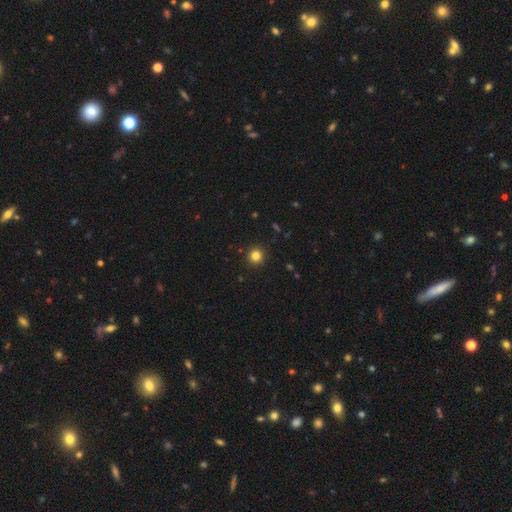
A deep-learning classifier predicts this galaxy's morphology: Smooth or featured?
  - smooth: 82% *
  - star or artifact: 13%
  - featured or disk: 5%
How rounded?
  - round: 94% *
  - in between: 5%
  - cigar-shaped: 1%
Merging?
  - none: 93% *
  - minor disturbance: 5%
  - major disturbance: 2%
  - merger: 1%